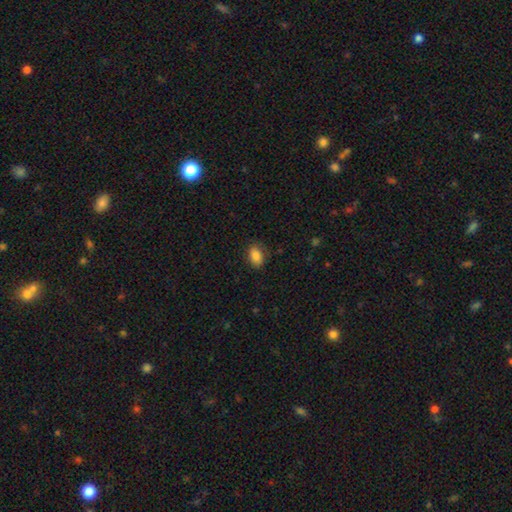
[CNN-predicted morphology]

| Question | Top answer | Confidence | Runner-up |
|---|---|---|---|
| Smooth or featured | smooth | 87% | star or artifact (8%) |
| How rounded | in between | 89% | round (8%) |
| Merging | none | 85% | minor disturbance (12%) |